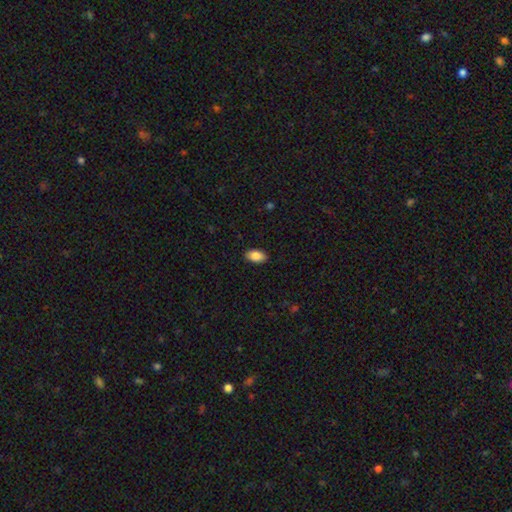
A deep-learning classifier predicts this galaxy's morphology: Smooth or featured: smooth — 87% (star or artifact — 7%)
How rounded: in between — 94% (round — 4%)
Merging: none — 89% (minor disturbance — 8%)